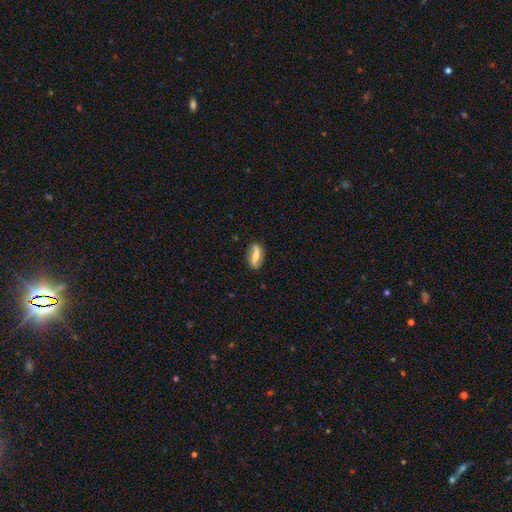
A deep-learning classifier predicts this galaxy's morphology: Q: Smooth or featured?
A: smooth (47%); runner-up: featured or disk (45%)
Q: Merging?
A: none (78%); runner-up: minor disturbance (16%)